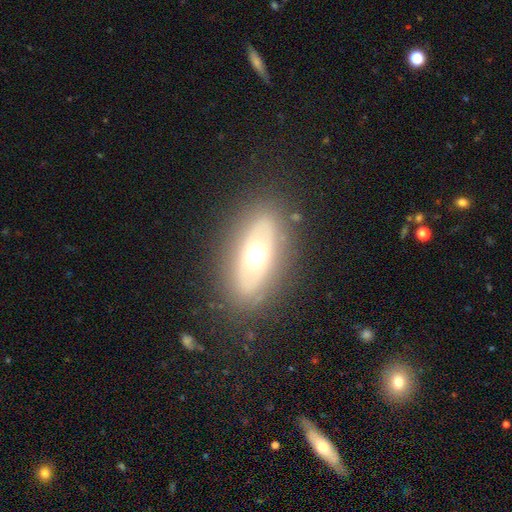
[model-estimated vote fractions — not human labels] The model was most divided on "smooth or featured": featured or disk: 57%, smooth: 36%, star or artifact: 7%. More confident: merging — none (83%); edge-on disk — no (78%).